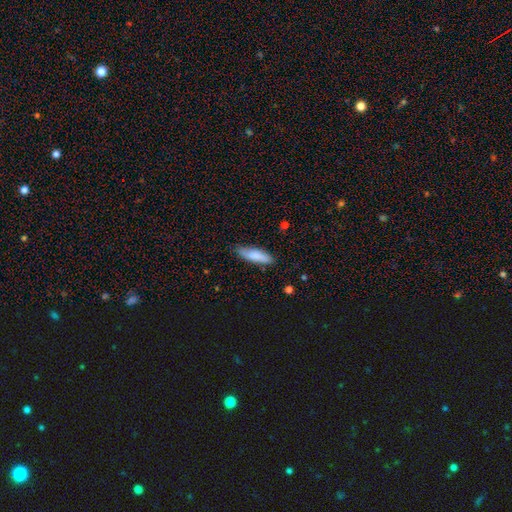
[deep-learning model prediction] This is clearly a smooth galaxy (81%). How rounded: possibly cigar-shaped (56%). Merging: clearly none (80%).